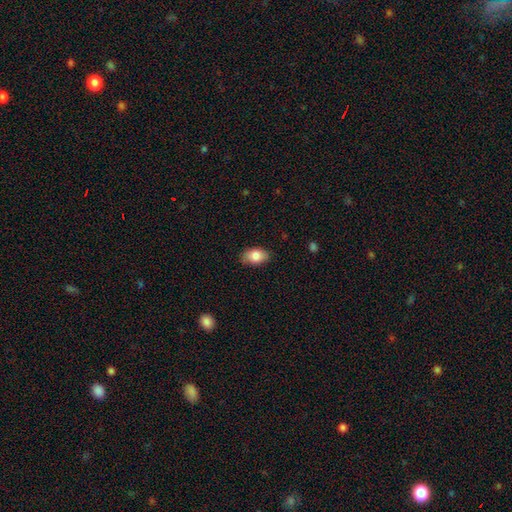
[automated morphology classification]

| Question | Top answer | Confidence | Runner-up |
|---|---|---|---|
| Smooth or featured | smooth | 84% | featured or disk (9%) |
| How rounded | in between | 89% | round (9%) |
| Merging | none | 83% | minor disturbance (13%) |